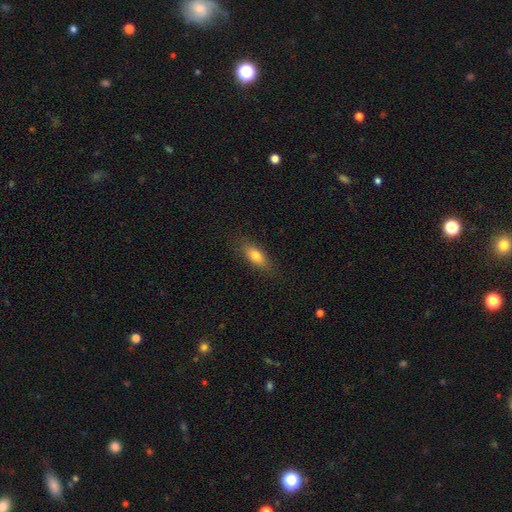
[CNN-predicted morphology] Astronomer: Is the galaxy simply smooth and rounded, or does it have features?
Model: smooth — 76%.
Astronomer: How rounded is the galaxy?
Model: in between — 75%.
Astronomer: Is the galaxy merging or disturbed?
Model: none — 84%.